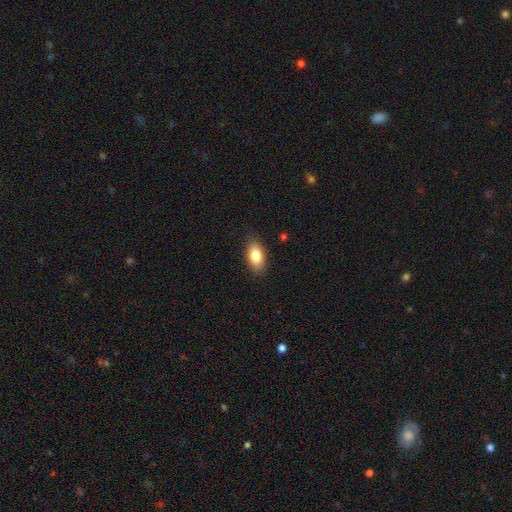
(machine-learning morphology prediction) A smooth galaxy with no disk features (84%) that is in between round and cigar-shaped (91%).

Vote fractions:
- Smooth or featured? smooth: 84% / featured or disk: 9% / star or artifact: 7%
- How rounded? in between: 91% / round: 5% / cigar-shaped: 4%
- Merging? none: 87% / minor disturbance: 10% / major disturbance: 2% / merger: 1%